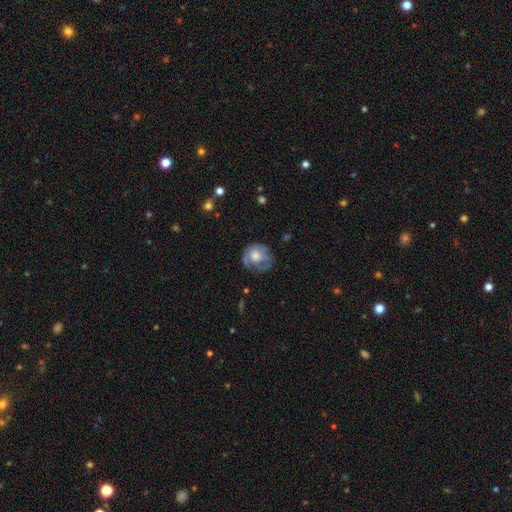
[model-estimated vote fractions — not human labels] Morphology: type=featured or disk (51%); edge-on=no (97%); merging=none (56%).